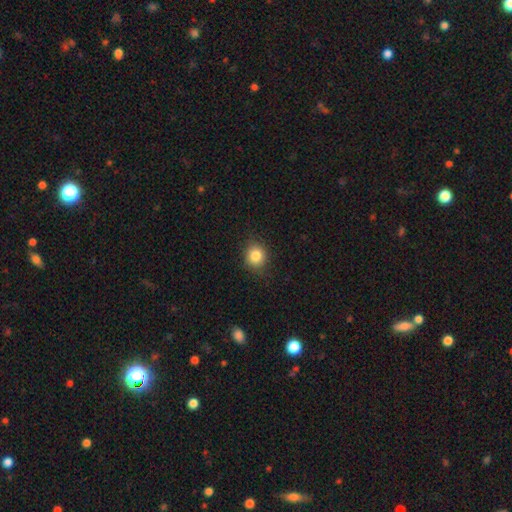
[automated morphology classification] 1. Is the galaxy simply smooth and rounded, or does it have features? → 84% smooth, 11% star or artifact, 5% featured or disk.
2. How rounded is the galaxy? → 80% round, 19% in between, 1% cigar-shaped.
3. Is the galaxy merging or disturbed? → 87% none, 9% minor disturbance, 2% major disturbance, 1% merger.